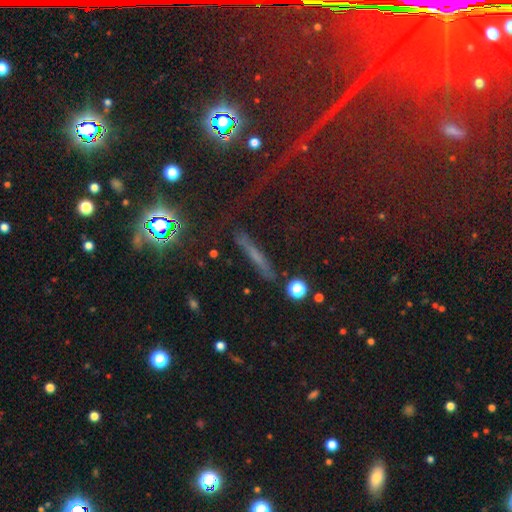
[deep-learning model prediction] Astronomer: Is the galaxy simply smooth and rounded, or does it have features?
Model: smooth — 42% (runner-up: featured or disk, 31%).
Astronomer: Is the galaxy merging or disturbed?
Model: none — 83%.